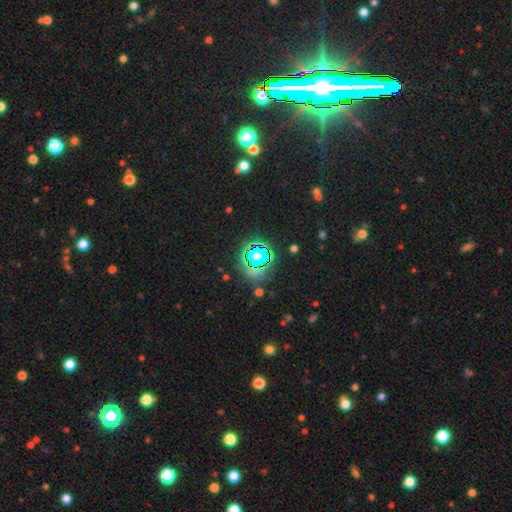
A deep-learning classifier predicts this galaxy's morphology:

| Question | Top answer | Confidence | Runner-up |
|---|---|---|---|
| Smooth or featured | star or artifact | 60% | smooth (28%) |